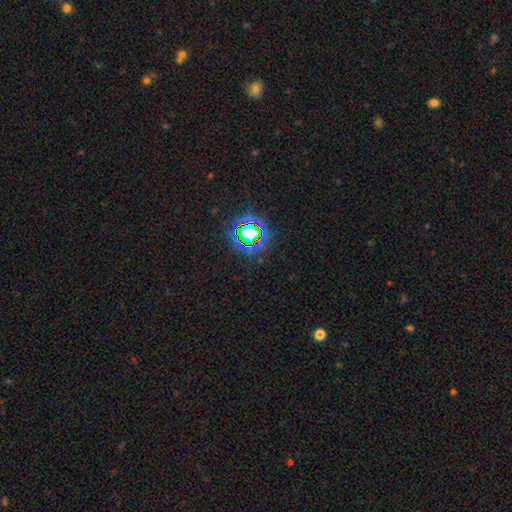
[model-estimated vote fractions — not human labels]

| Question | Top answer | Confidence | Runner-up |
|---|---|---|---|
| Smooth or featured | star or artifact | 74% | smooth (18%) |